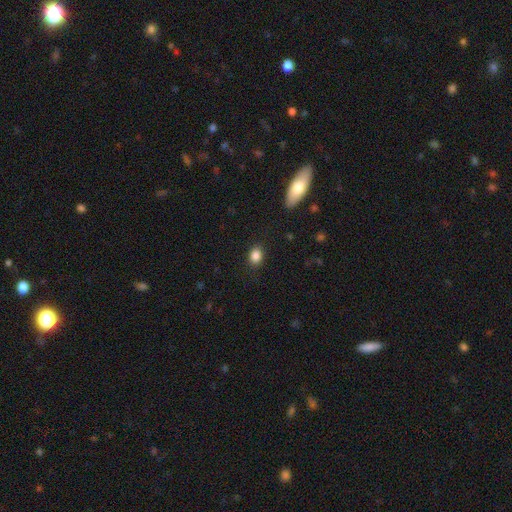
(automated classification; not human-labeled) Overall: smooth (86%). How rounded: in between (61%; round 38%). Merging: none (86%).